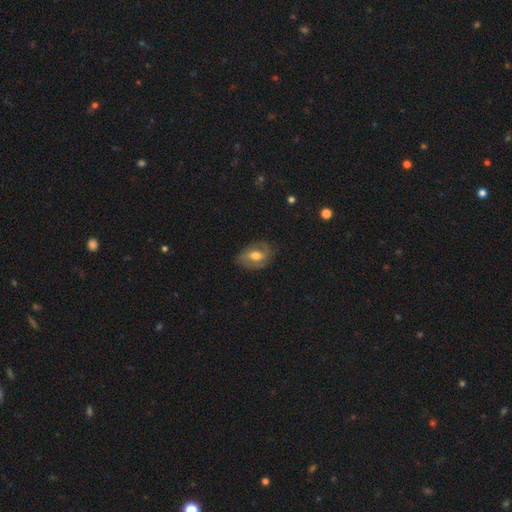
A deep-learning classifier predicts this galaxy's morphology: This is possibly a featured or disk galaxy (56%). It is clearly not viewed edge-on (93%). Bar: marginally weak (43%). Spiral arm pattern: likely yes (73%). Central bulge: likely moderate (70%). Merging: likely none (70%).